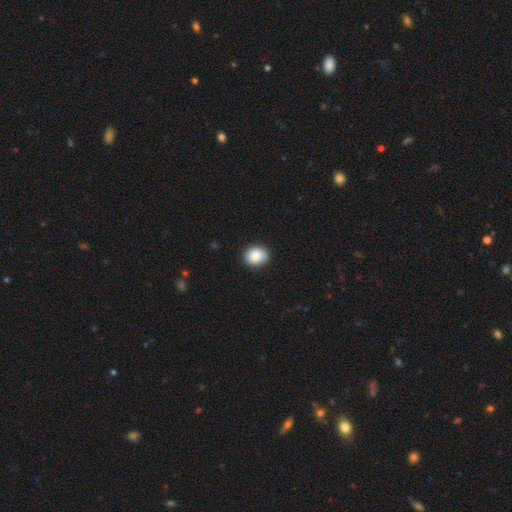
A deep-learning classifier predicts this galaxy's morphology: smooth-or-featured: smooth: 88% | star or artifact: 8% | featured or disk: 4%
  how-rounded: round: 60% | in between: 39% | cigar-shaped: 1%
  merging: none: 89% | minor disturbance: 8% | major disturbance: 2% | merger: 1%